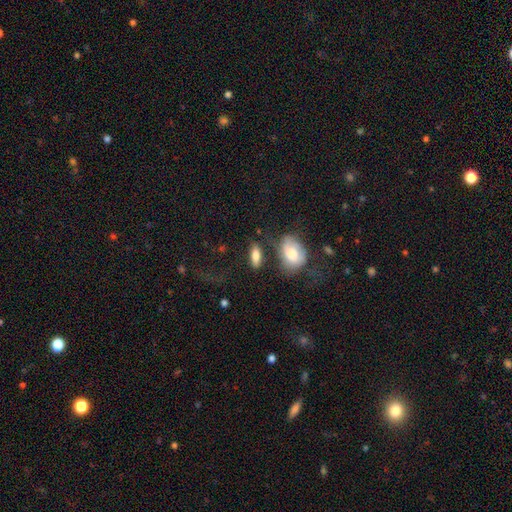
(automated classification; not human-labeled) A smooth galaxy with no disk features (78%) that is in between round and cigar-shaped (74%).

Vote fractions:
- Smooth or featured? smooth: 78% / featured or disk: 15% / star or artifact: 7%
- How rounded? in between: 74% / cigar-shaped: 20% / round: 6%
- Merging? none: 60% / minor disturbance: 18% / merger: 11% / major disturbance: 11%